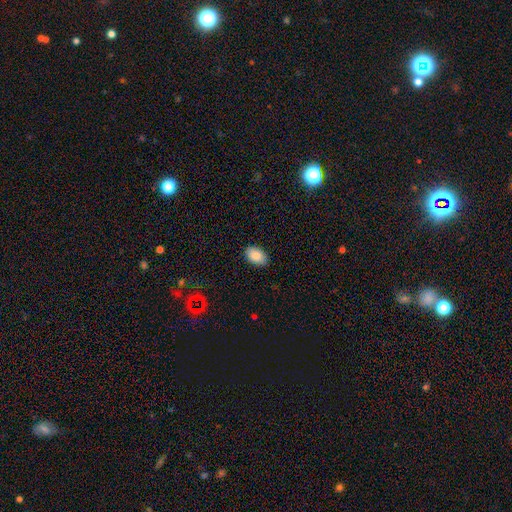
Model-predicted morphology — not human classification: This appears to be a smooth galaxy with no disk features (87%) that is in between round and cigar-shaped (91%). Merging: none (87%).